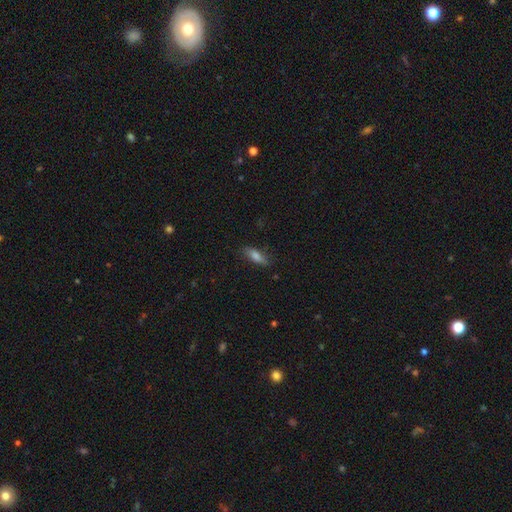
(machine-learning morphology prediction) Q: Smooth or featured?
A: smooth (77%); runner-up: featured or disk (14%)
Q: How rounded?
A: in between (58%); runner-up: cigar-shaped (39%)
Q: Merging?
A: none (80%); runner-up: minor disturbance (15%)